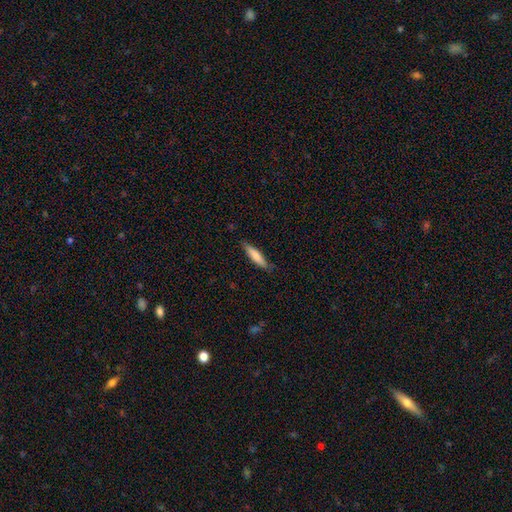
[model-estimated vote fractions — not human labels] Smooth or featured: smooth — 78% (featured or disk — 17%)
How rounded: cigar-shaped — 78% (in between — 21%)
Merging: none — 81% (minor disturbance — 15%)